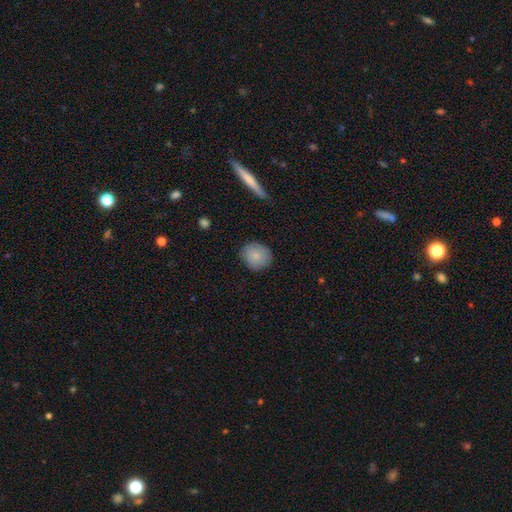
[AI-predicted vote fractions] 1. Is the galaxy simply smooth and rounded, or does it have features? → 85% smooth, 8% featured or disk, 7% star or artifact.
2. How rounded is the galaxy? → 82% round, 17% in between, 1% cigar-shaped.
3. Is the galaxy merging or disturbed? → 85% none, 11% minor disturbance, 3% major disturbance, 1% merger.